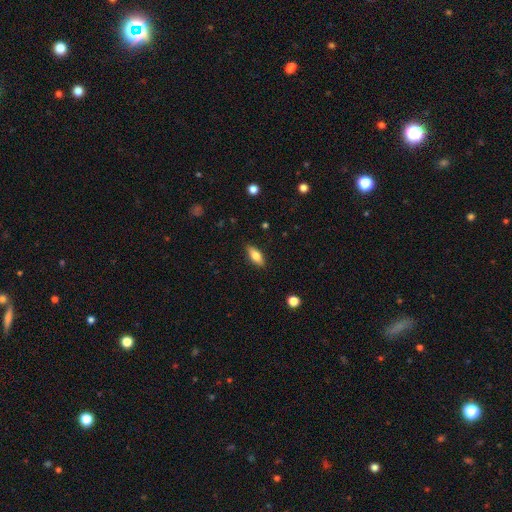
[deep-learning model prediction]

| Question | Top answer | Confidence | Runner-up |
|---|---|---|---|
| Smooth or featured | smooth | 71% | featured or disk (22%) |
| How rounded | in between | 75% | cigar-shaped (22%) |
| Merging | none | 88% | minor disturbance (9%) |